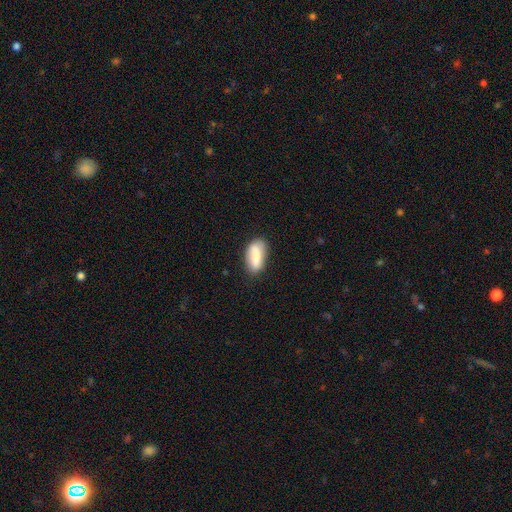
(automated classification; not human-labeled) Q: Smooth or featured?
A: smooth (79%); runner-up: featured or disk (14%)
Q: How rounded?
A: in between (81%); runner-up: cigar-shaped (16%)
Q: Merging?
A: none (75%); runner-up: minor disturbance (18%)